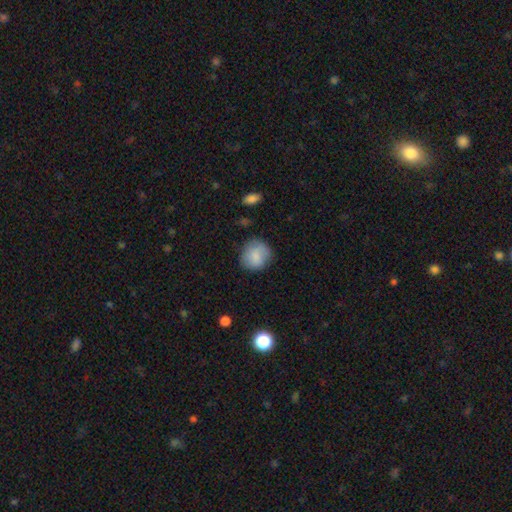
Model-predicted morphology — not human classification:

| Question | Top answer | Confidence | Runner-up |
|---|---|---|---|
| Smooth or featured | smooth | 84% | featured or disk (9%) |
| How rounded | round | 83% | in between (16%) |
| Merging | none | 77% | minor disturbance (17%) |